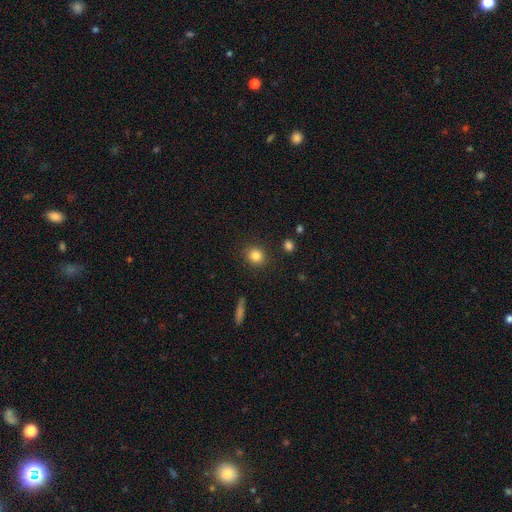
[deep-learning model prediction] Overall: smooth (84%). How rounded: round (76%). Merging: none (88%).